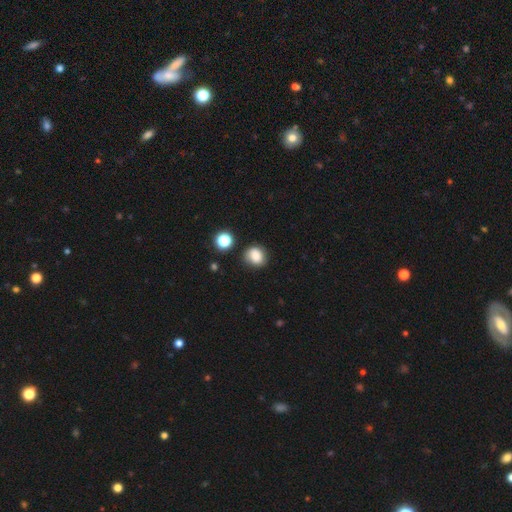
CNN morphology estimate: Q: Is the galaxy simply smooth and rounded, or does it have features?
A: smooth — 79%.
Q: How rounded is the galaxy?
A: round — 77%.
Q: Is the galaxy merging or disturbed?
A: none — 79%.